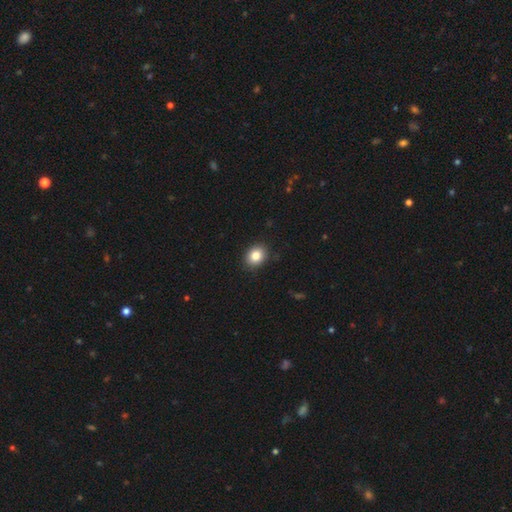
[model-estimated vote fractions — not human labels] Q: Smooth or featured?
A: smooth (84%); runner-up: star or artifact (9%)
Q: How rounded?
A: in between (50%); runner-up: round (49%)
Q: Merging?
A: none (89%); runner-up: minor disturbance (8%)